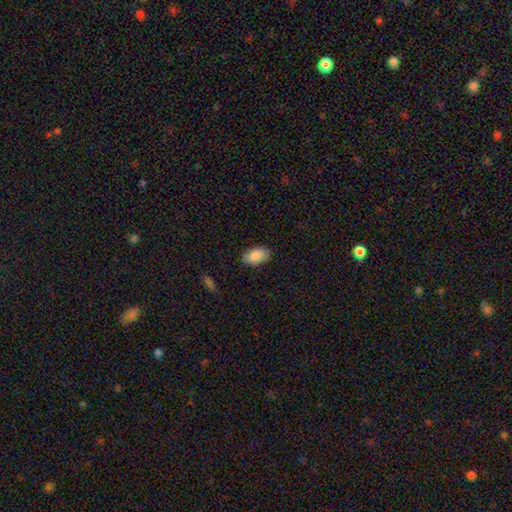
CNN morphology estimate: This is clearly a smooth galaxy (88%). How rounded: clearly in between (94%). Merging: clearly none (85%).